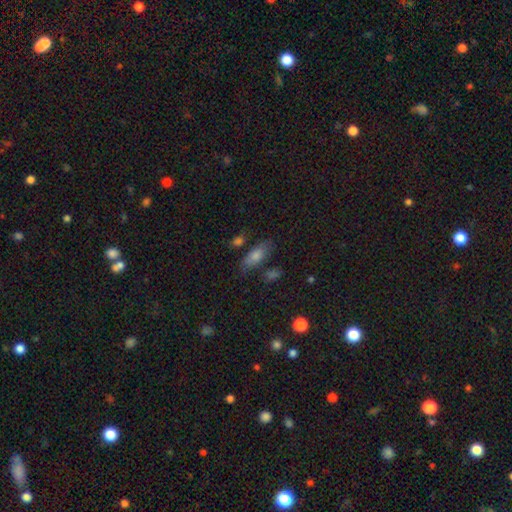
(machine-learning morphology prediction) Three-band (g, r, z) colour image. It shows a smooth galaxy with no disk features (68%) that is in between round and cigar-shaped (71%). Merging: none (74%).